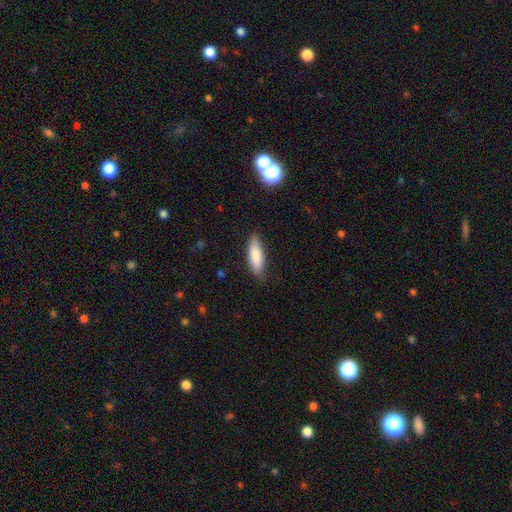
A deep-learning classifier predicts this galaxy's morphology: A smooth galaxy with no disk features (83%) that is cigar-shaped (50%).

Vote fractions:
- Smooth or featured? smooth: 83% / featured or disk: 11% / star or artifact: 6%
- How rounded? cigar-shaped: 50% / in between: 49% / round: 2%
- Merging? none: 81% / minor disturbance: 15% / major disturbance: 3% / merger: 1%